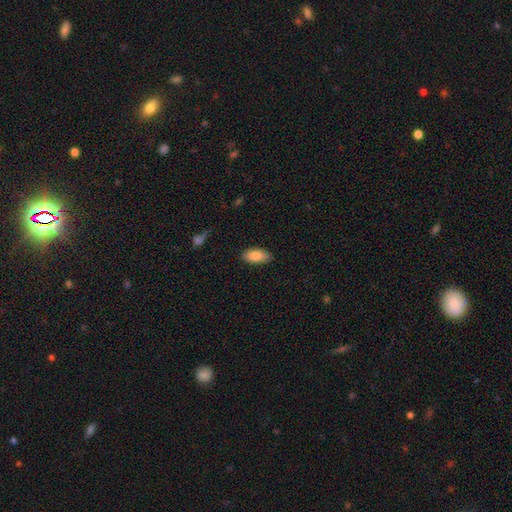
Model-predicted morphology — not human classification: Q: Smooth or featured?
A: smooth (86%); runner-up: featured or disk (8%)
Q: How rounded?
A: in between (91%); runner-up: cigar-shaped (7%)
Q: Merging?
A: none (86%); runner-up: minor disturbance (10%)